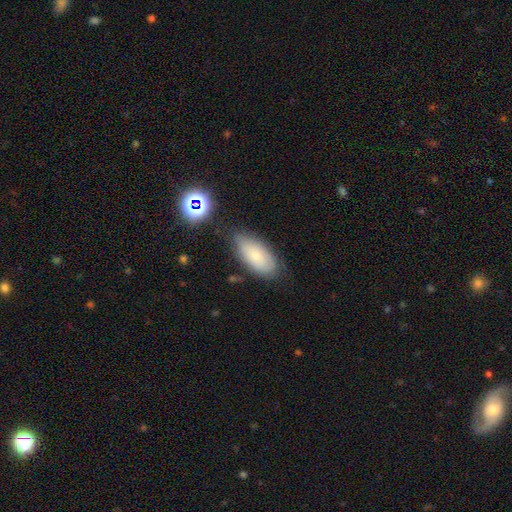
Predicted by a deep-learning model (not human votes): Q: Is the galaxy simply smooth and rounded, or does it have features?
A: smooth — 74%.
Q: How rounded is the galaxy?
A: in between — 91%.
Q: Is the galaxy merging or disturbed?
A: none — 71%.